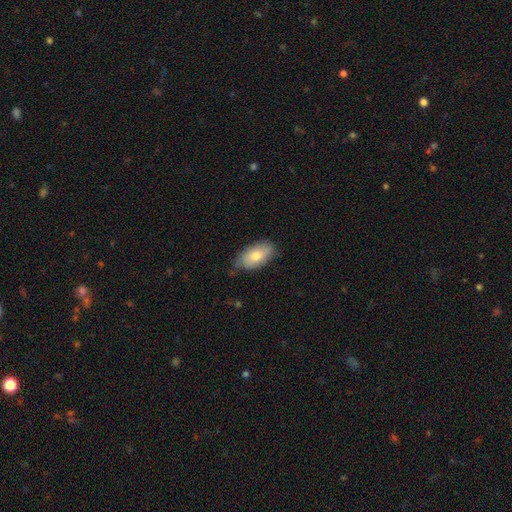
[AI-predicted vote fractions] Smooth or featured?
  - smooth: 75% *
  - featured or disk: 19%
  - star or artifact: 6%
How rounded?
  - in between: 93% *
  - round: 4%
  - cigar-shaped: 3%
Merging?
  - none: 71% *
  - minor disturbance: 24%
  - major disturbance: 4%
  - merger: 1%